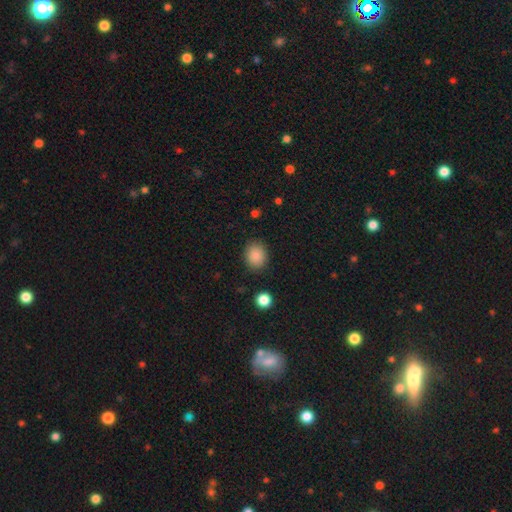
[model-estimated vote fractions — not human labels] A smooth galaxy with no disk features (88%) that is round (56%). Merging: none (86%).